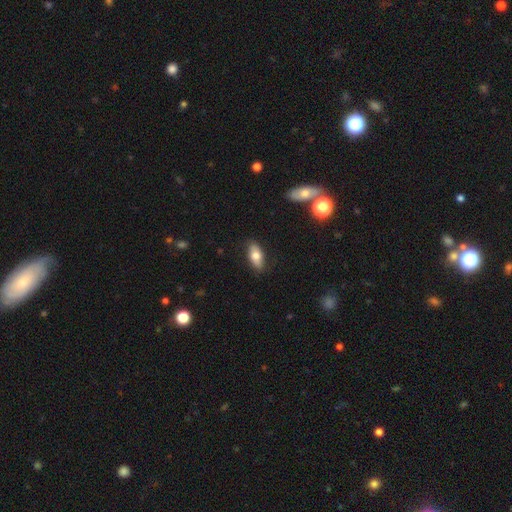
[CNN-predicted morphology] smooth-or-featured: smooth: 73% | featured or disk: 20% | star or artifact: 7%
  how-rounded: in between: 87% | cigar-shaped: 10% | round: 4%
  merging: none: 85% | minor disturbance: 12% | major disturbance: 2% | merger: 1%